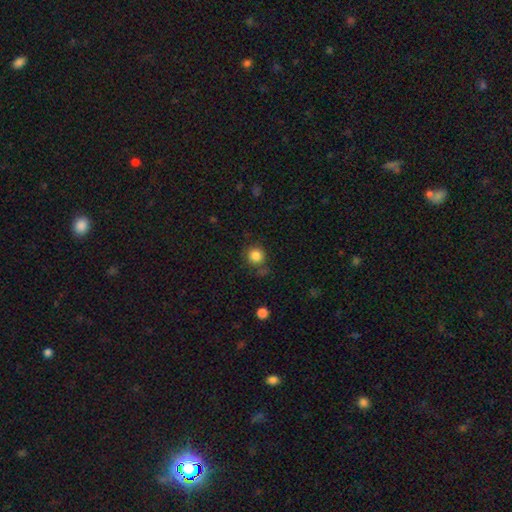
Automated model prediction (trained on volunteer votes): smooth 85%, star or artifact 11%, featured or disk 5%. Down the decision tree: how rounded — round (90%); merging — none (76%).